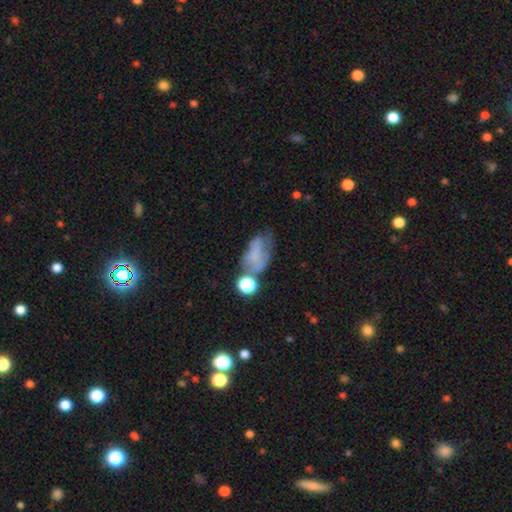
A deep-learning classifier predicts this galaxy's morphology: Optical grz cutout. It shows a smooth galaxy with no disk features (51%) that is in between round and cigar-shaped (85%). Merging: major disturbance (29%, tied with none).